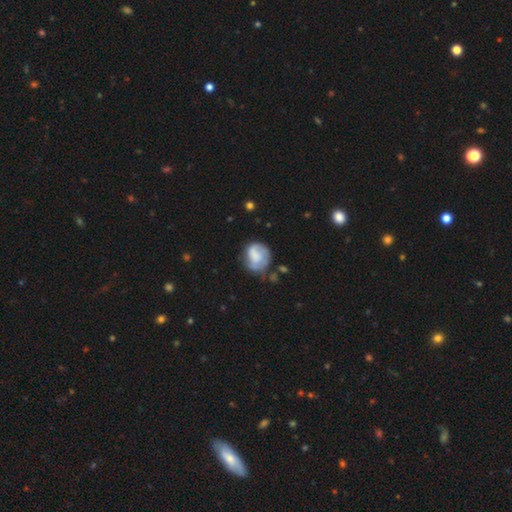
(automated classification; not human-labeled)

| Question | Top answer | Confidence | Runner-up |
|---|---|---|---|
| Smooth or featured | smooth | 52% | featured or disk (40%) |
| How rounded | round | 70% | in between (29%) |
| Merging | none | 49% | minor disturbance (29%) |